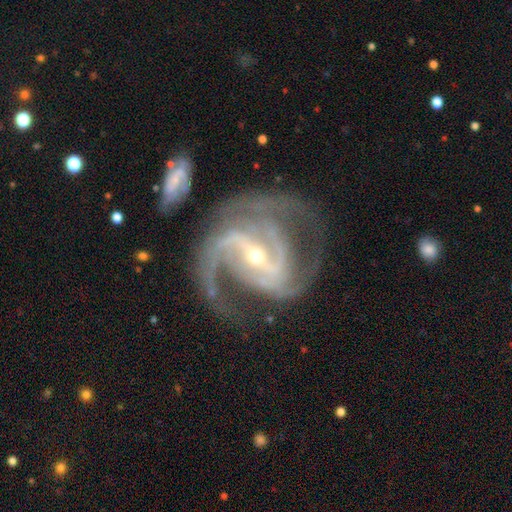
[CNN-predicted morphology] Smooth or featured? Predicted: featured or disk (p=0.93). Edge-on disk? Predicted: no (p=0.97). Bar? Predicted: strong (p=0.57). Spiral arms? Predicted: yes (p=0.98). Spiral winding? Predicted: medium (p=0.57). Spiral arm count? Predicted: 2 (p=0.51). Bulge size? Predicted: small (p=0.73). Merging? Predicted: none (p=0.56).